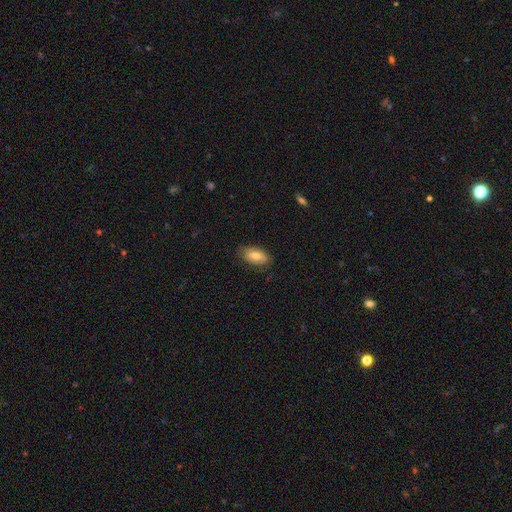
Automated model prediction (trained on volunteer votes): Q: Smooth or featured?
A: smooth (72%); runner-up: featured or disk (21%)
Q: How rounded?
A: in between (91%); runner-up: cigar-shaped (5%)
Q: Merging?
A: none (77%); runner-up: minor disturbance (18%)